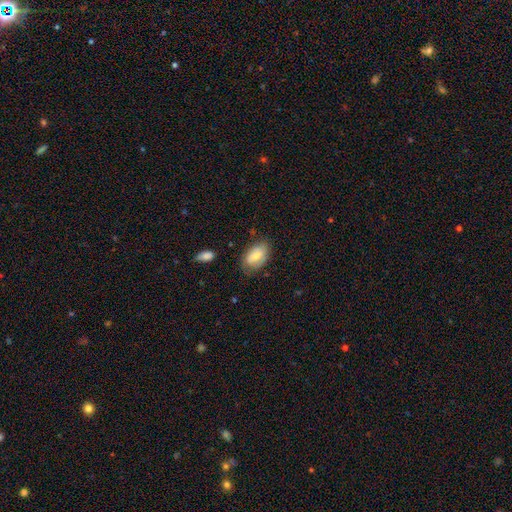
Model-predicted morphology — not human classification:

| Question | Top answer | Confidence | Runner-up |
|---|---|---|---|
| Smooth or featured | smooth | 69% | featured or disk (24%) |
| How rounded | in between | 91% | round (7%) |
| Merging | none | 68% | minor disturbance (24%) |